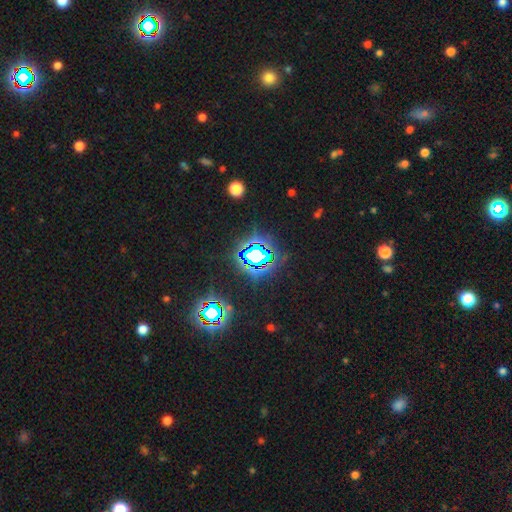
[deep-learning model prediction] A star or artifact, not a galaxy (77%).